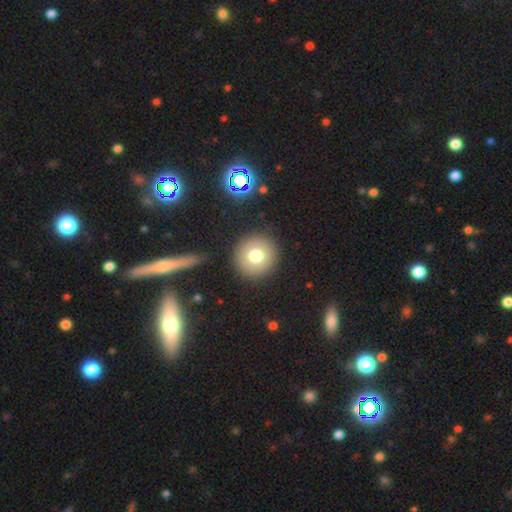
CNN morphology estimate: The model was most divided on "smooth or featured": smooth: 74%, featured or disk: 14%, star or artifact: 12%. More confident: how rounded — round (94%); merging — none (90%).